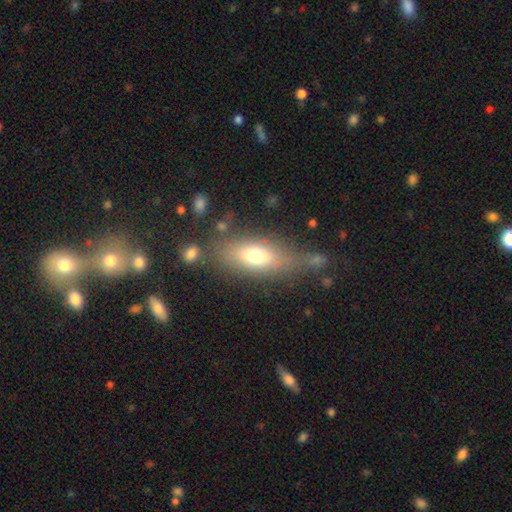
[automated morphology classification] This appears to be a smooth galaxy with no disk features (65%) that is in between round and cigar-shaped (72%). Merging: none (58%).